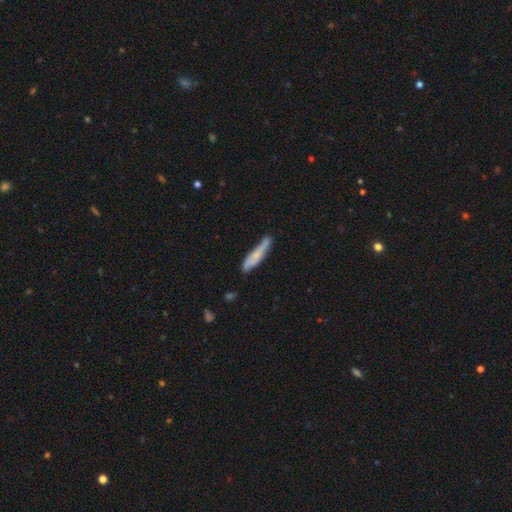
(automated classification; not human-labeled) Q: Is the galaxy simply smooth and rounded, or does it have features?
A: smooth — 56%.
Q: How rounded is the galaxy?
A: cigar-shaped — 87%.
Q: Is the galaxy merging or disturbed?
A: none — 66%.